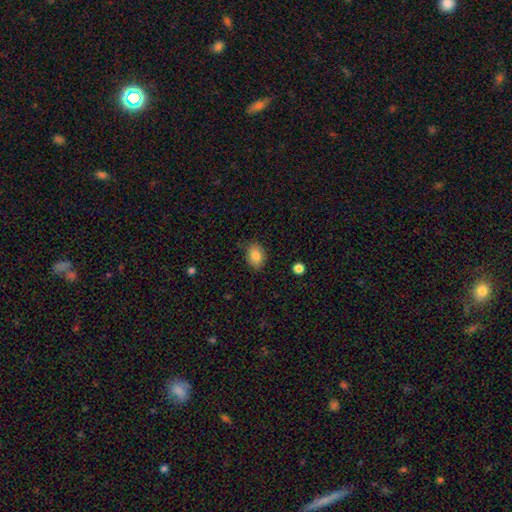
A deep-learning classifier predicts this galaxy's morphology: Overall: smooth (84%). How rounded: in between (74%). Merging: none (82%).